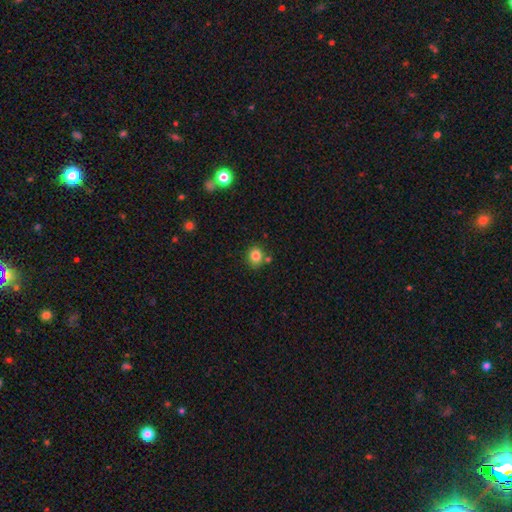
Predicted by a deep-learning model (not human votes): Q: Smooth or featured?
A: smooth (83%); runner-up: star or artifact (11%)
Q: How rounded?
A: round (66%); runner-up: in between (33%)
Q: Merging?
A: none (77%); runner-up: minor disturbance (12%)